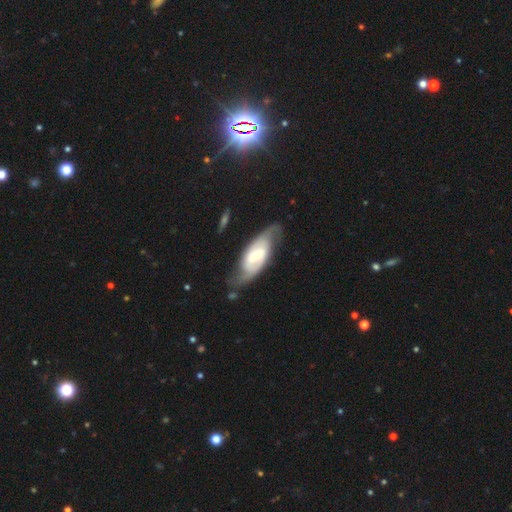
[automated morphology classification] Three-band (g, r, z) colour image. It shows a featured or disk galaxy (76%) with a weak bar (42%), 2 (83%) medium (42%) spiral arms (86%) and a moderate central bulge (54%). Merging: none (68%).